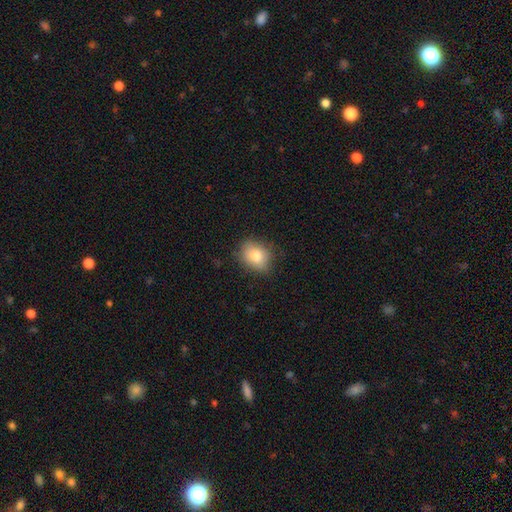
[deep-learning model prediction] Smooth or featured: smooth — 80% (featured or disk — 11%)
How rounded: in between — 51% (round — 48%)
Merging: none — 79% (minor disturbance — 16%)